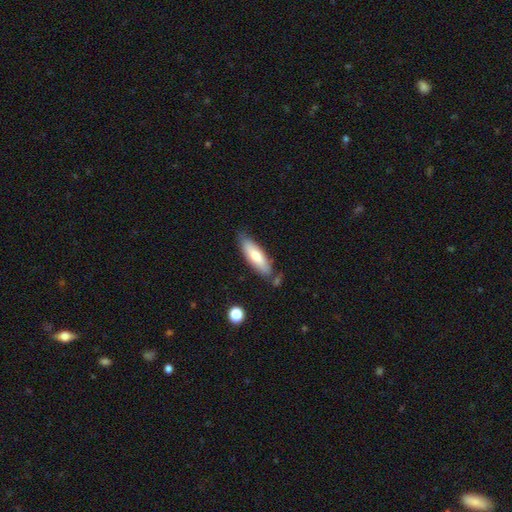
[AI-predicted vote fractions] Smooth or featured? smooth (74%)
How rounded? cigar-shaped (52%)
Merging? none (74%)